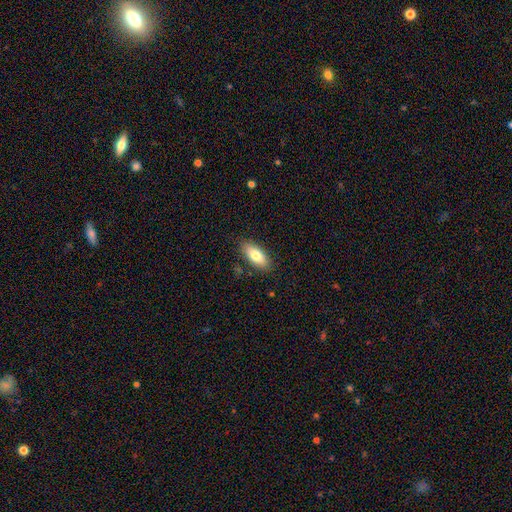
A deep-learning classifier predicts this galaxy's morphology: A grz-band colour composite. It shows a smooth galaxy with no disk features (77%) that is in between round and cigar-shaped (82%). Merging: none (85%).